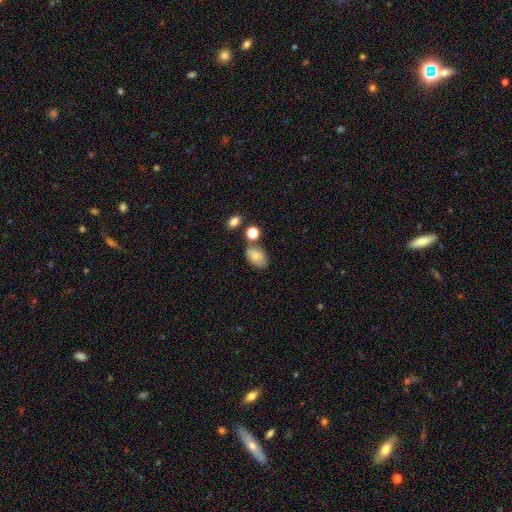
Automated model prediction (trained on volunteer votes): Smooth or featured: smooth — 78% (featured or disk — 12%)
How rounded: in between — 85% (round — 14%)
Merging: none — 67% (minor disturbance — 17%)